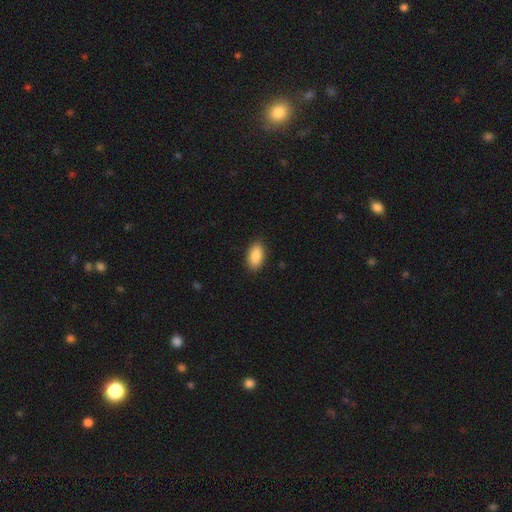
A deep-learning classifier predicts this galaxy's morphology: This appears to be a smooth galaxy with no disk features (89%) that is in between round and cigar-shaped (93%). Merging: none (89%).